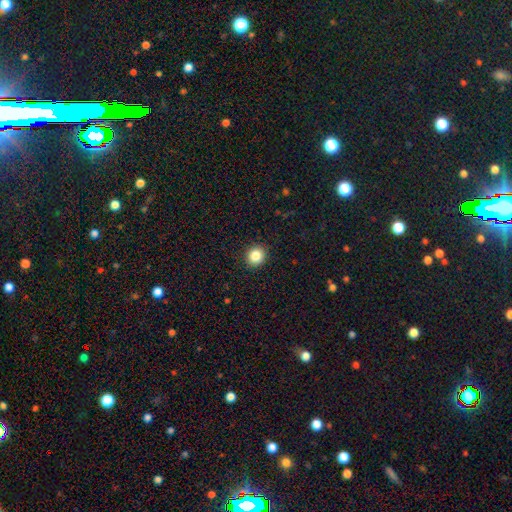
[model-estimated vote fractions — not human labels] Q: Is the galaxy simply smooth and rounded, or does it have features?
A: smooth — 85%.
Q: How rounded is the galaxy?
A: round — 87%.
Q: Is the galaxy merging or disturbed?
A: none — 92%.